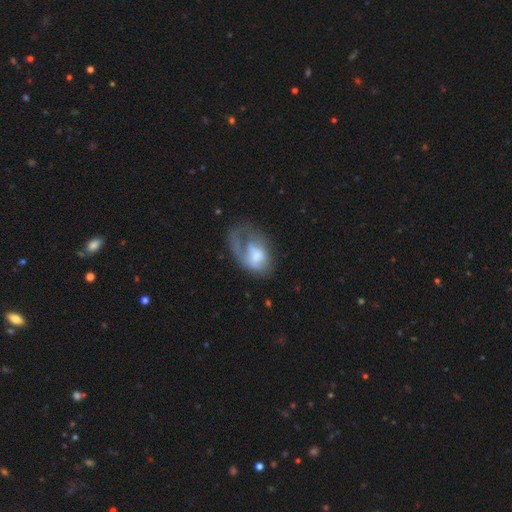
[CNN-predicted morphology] smooth_or_featured: featured or disk (p=0.48) [alt: smooth p=0.44]
merging: major disturbance (p=0.50) [alt: none p=0.25]